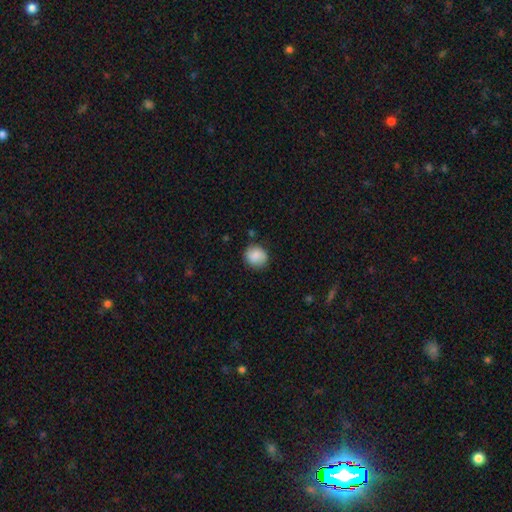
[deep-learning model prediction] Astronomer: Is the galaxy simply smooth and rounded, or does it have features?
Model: smooth — 86%.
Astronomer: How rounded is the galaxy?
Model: round — 82%.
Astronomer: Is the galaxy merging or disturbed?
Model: none — 81%.